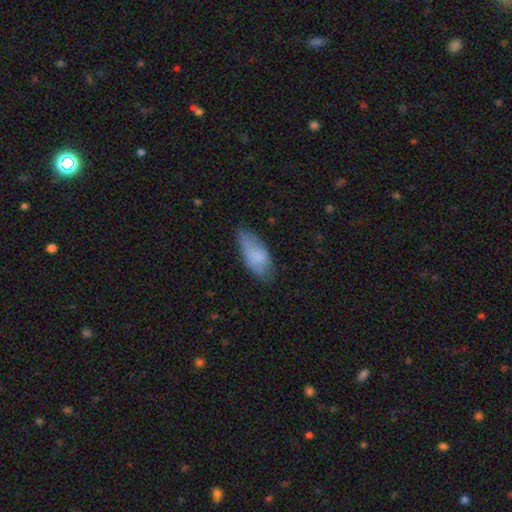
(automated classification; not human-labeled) Smooth or featured: smooth — 78% (featured or disk — 15%)
How rounded: in between — 83% (cigar-shaped — 14%)
Merging: none — 55% (minor disturbance — 33%)